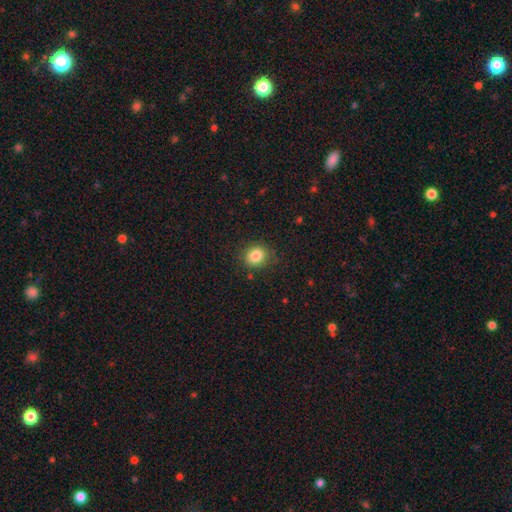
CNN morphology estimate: This is clearly a smooth galaxy (84%). How rounded: likely round (71%). Merging: clearly none (85%).